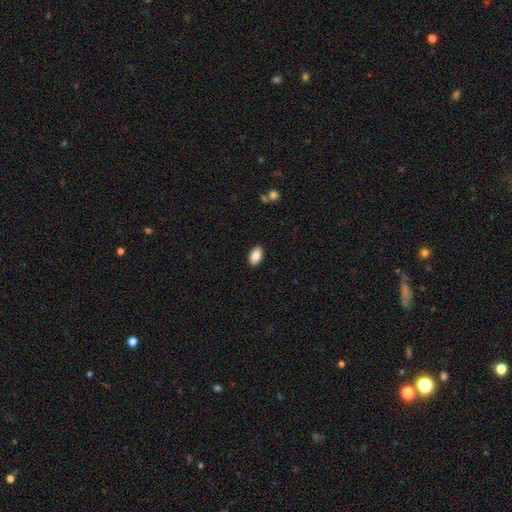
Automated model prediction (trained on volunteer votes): A smooth galaxy with no disk features (88%) that is in between round and cigar-shaped (92%). Merging: none (89%).